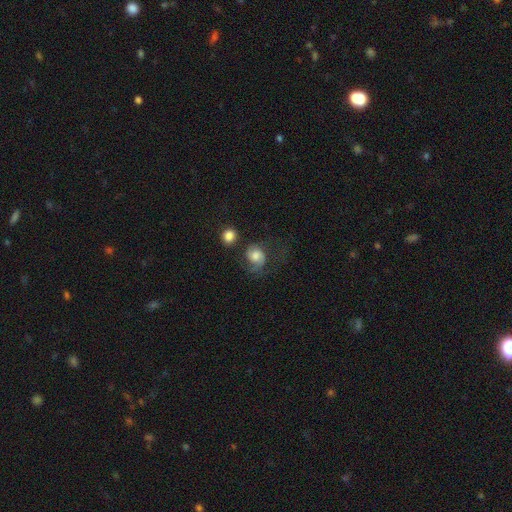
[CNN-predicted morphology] This is possibly a smooth galaxy (49%). Merging: marginally none (44%).